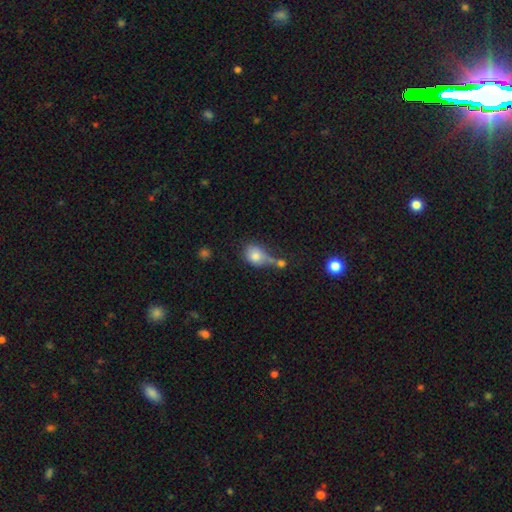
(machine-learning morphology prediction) smooth_or_featured: smooth (p=0.76) [alt: featured or disk p=0.14]
how_rounded: round (p=0.52) [alt: in between p=0.46]
merging: merger (p=0.37) [alt: none p=0.28]